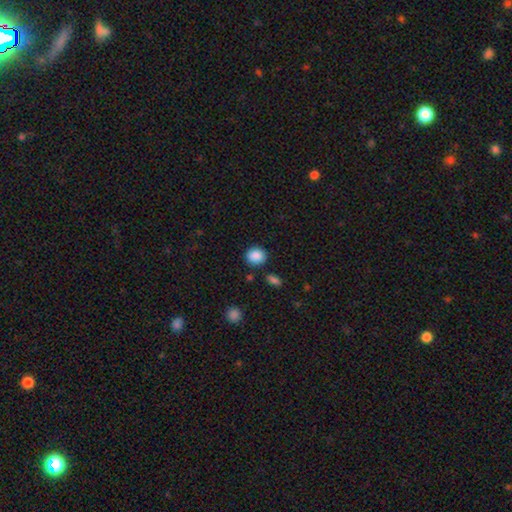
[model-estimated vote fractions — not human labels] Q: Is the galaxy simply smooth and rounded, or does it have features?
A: smooth — 88%.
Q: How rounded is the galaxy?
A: round — 75%.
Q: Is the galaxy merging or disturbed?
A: none — 84%.